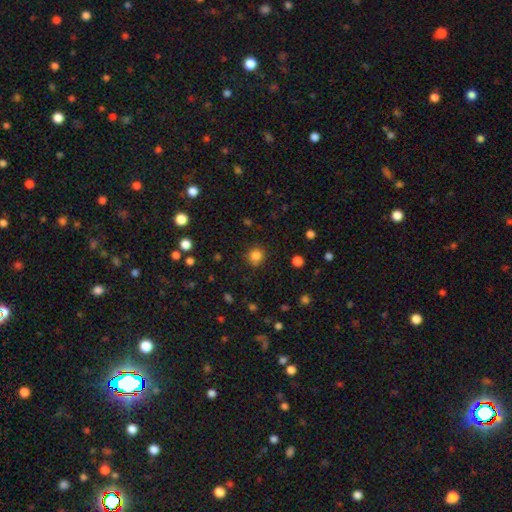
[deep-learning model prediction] smooth-or-featured: smooth: 82% | star or artifact: 13% | featured or disk: 5%
  how-rounded: round: 89% | in between: 10% | cigar-shaped: 1%
  merging: none: 84% | minor disturbance: 10% | major disturbance: 3% | merger: 3%